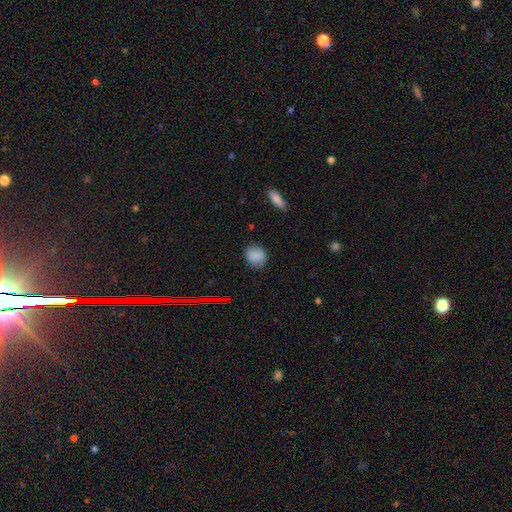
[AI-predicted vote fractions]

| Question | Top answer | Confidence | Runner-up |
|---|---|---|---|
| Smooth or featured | smooth | 84% | star or artifact (9%) |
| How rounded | round | 67% | in between (32%) |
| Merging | none | 83% | minor disturbance (12%) |